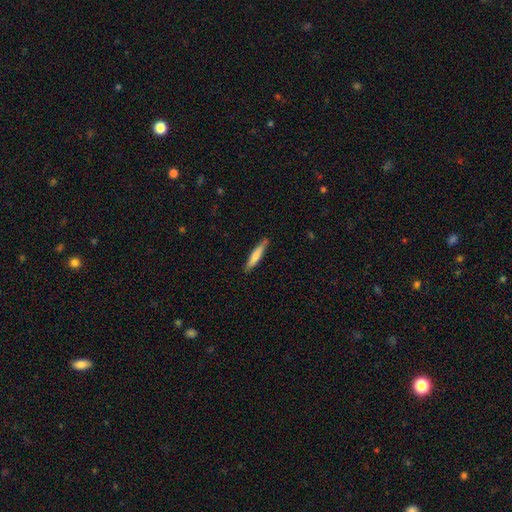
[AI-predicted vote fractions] Smooth or featured: smooth — 74% (featured or disk — 21%)
How rounded: cigar-shaped — 90% (in between — 9%)
Merging: none — 84% (minor disturbance — 12%)